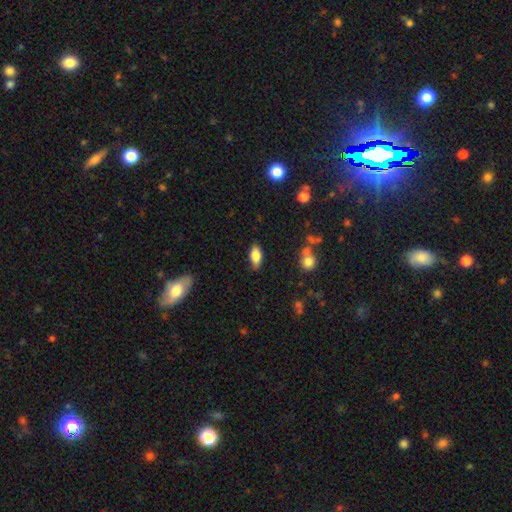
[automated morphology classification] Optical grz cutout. It shows a smooth galaxy with no disk features (81%) that is in between round and cigar-shaped (87%). Merging: none (81%).